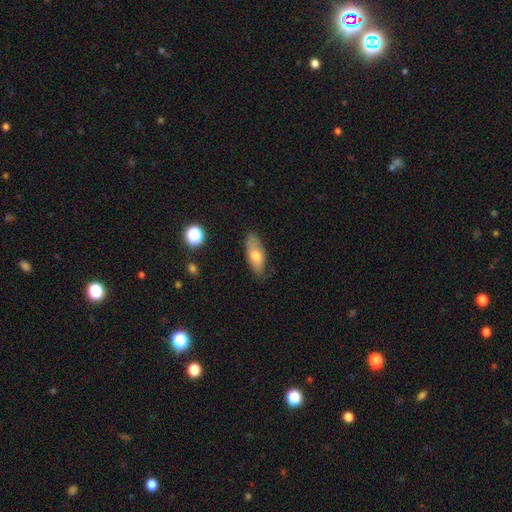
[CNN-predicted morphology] Smooth or featured: smooth — 72% (featured or disk — 21%)
How rounded: in between — 82% (cigar-shaped — 15%)
Merging: none — 76% (minor disturbance — 19%)